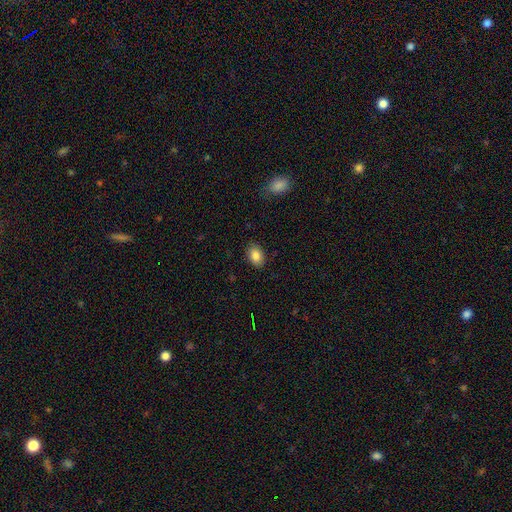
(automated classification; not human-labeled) Smooth or featured? smooth (85%)
How rounded? in between (81%)
Merging? none (87%)